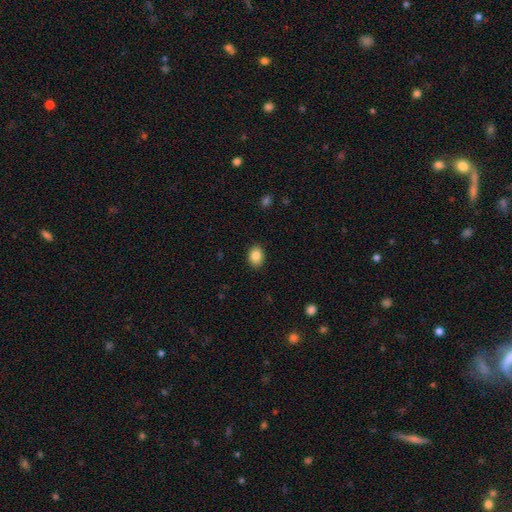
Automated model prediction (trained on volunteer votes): smooth_or_featured: smooth (p=0.86) [alt: star or artifact p=0.08]
how_rounded: in between (p=0.65) [alt: round p=0.34]
merging: none (p=0.89) [alt: minor disturbance p=0.09]